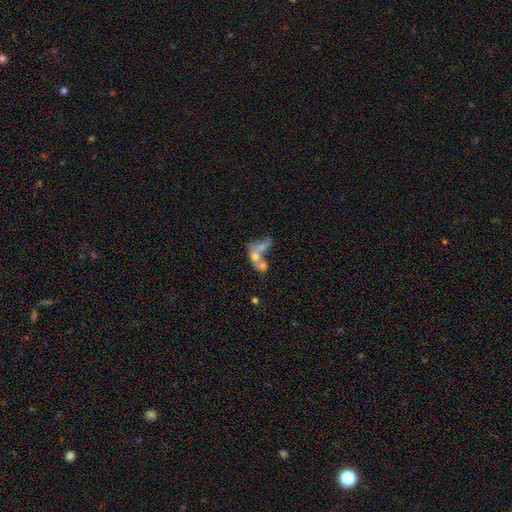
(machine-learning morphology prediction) A featured or disk galaxy (44%). Merging: merger (60%).